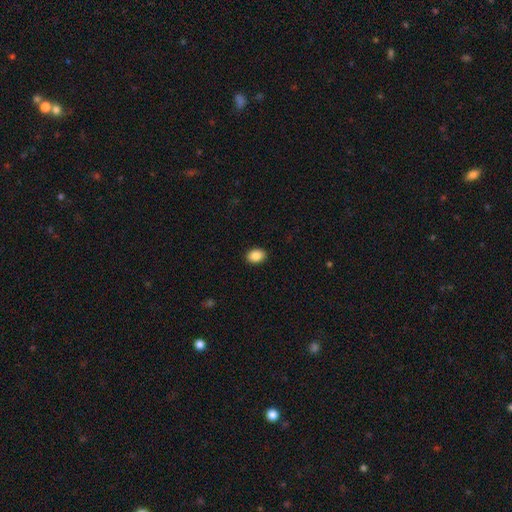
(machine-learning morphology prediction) Q: Smooth or featured?
A: smooth (86%); runner-up: star or artifact (8%)
Q: How rounded?
A: in between (69%); runner-up: round (30%)
Q: Merging?
A: none (91%); runner-up: minor disturbance (6%)